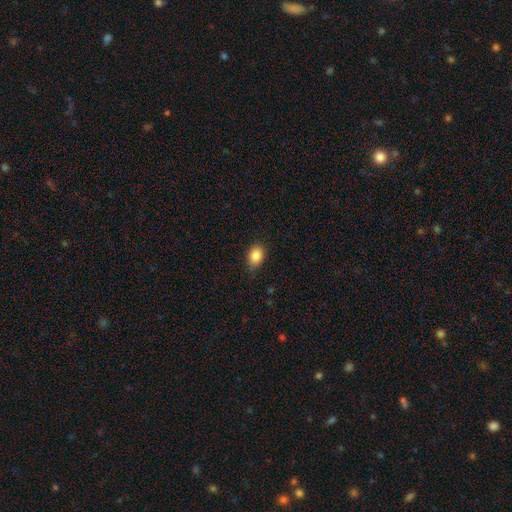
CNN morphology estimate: Q: Smooth or featured?
A: smooth (87%); runner-up: star or artifact (9%)
Q: How rounded?
A: in between (71%); runner-up: round (28%)
Q: Merging?
A: none (81%); runner-up: minor disturbance (16%)